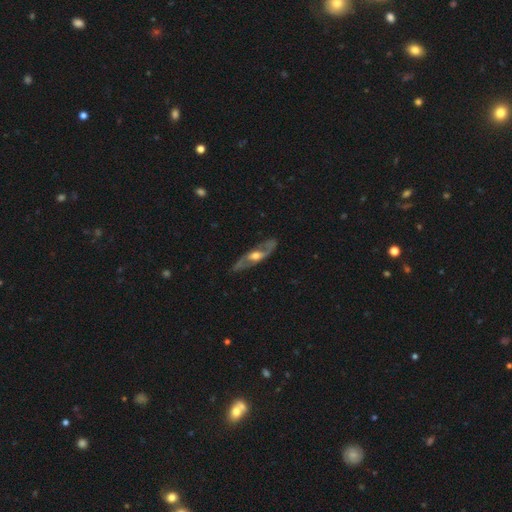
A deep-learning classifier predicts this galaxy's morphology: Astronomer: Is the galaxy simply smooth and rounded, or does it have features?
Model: featured or disk — 78%.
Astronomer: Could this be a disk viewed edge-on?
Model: no — 70%.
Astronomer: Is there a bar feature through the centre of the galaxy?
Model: no — 53% (runner-up: weak, 34%).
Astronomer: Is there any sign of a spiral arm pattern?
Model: yes — 77%.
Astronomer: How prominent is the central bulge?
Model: moderate — 70%.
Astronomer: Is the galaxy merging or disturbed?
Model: none — 80%.